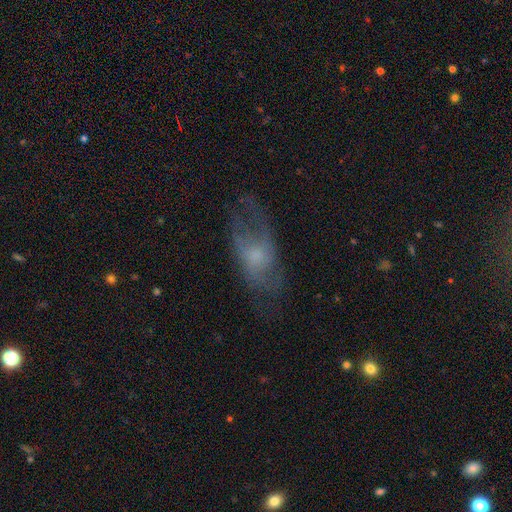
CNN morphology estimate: The model was most divided on "smooth or featured": featured or disk: 52%, smooth: 38%, star or artifact: 10%. More confident: edge-on disk — no (87%); merging — none (55%).